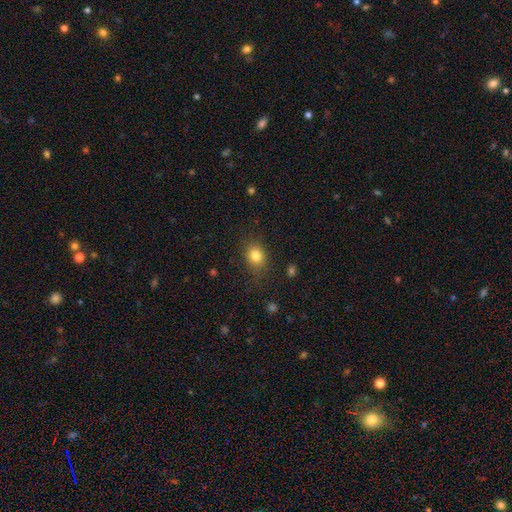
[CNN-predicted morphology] Overall: smooth (82%). How rounded: round (59%; in between 40%). Merging: none (80%).